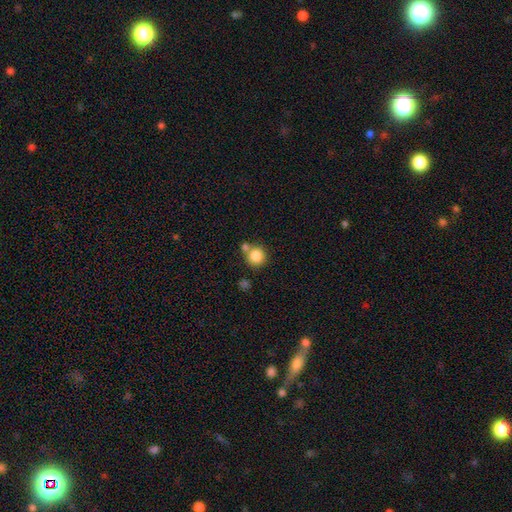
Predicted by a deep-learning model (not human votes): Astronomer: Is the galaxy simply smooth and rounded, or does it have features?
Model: smooth — 84%.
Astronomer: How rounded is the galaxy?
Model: round — 91%.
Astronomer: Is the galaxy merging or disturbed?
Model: none — 62%.